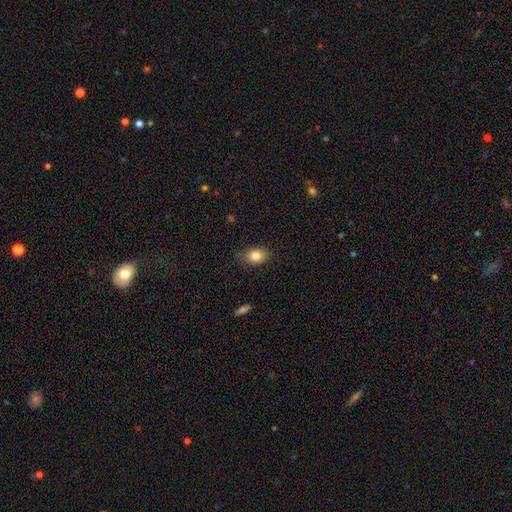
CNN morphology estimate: Smooth or featured? smooth (82%)
How rounded? in between (71%)
Merging? none (82%)